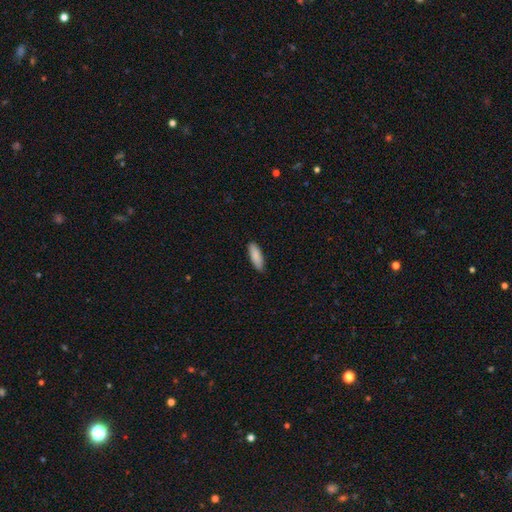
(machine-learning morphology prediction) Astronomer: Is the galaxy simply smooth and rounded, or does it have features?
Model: smooth — 88%.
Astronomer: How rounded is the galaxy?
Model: in between — 51% (runner-up: cigar-shaped, 47%).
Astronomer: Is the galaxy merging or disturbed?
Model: none — 86%.